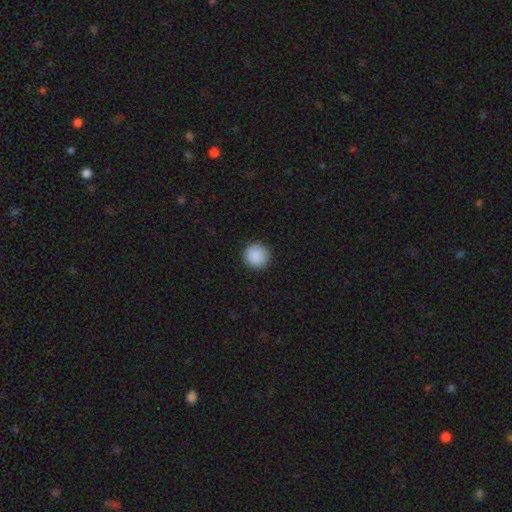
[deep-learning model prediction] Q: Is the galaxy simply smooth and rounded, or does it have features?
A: smooth — 90%.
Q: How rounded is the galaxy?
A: round — 95%.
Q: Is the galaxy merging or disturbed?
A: none — 92%.